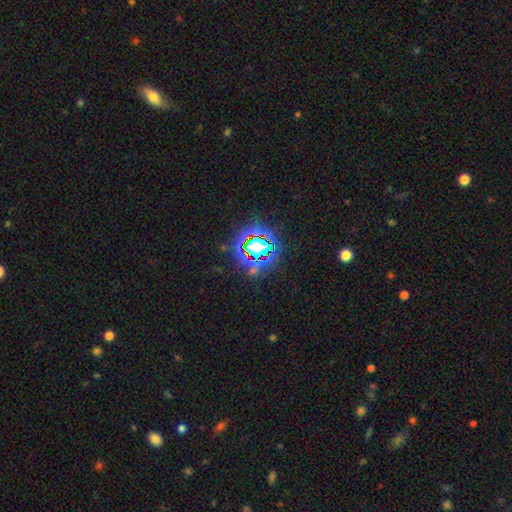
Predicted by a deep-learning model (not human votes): smooth-or-featured: star or artifact: 80% | smooth: 12% | featured or disk: 8%